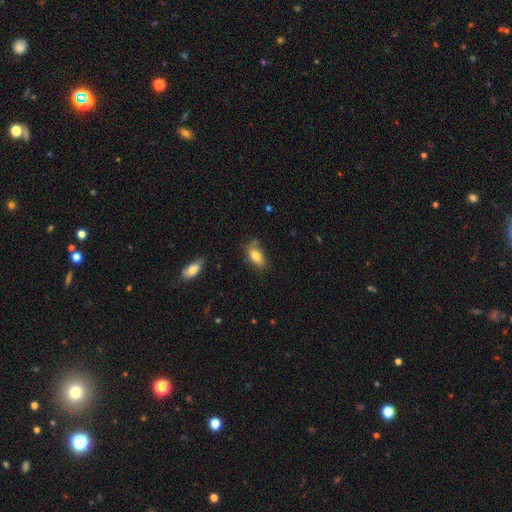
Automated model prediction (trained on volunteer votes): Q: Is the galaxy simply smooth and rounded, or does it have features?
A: smooth — 77%.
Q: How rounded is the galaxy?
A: in between — 88%.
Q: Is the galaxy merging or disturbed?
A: none — 69%.